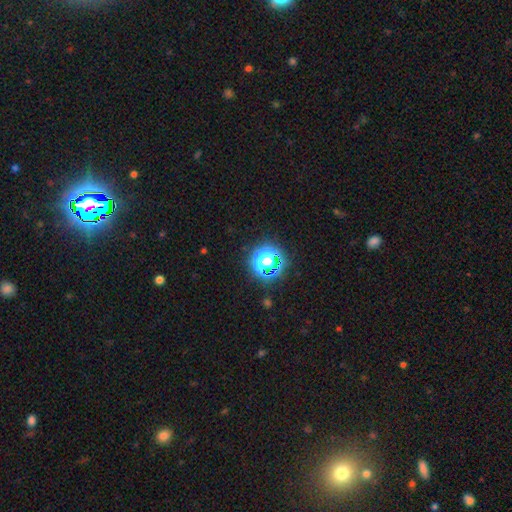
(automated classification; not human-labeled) star or artifact 75%, smooth 18%, featured or disk 7%.